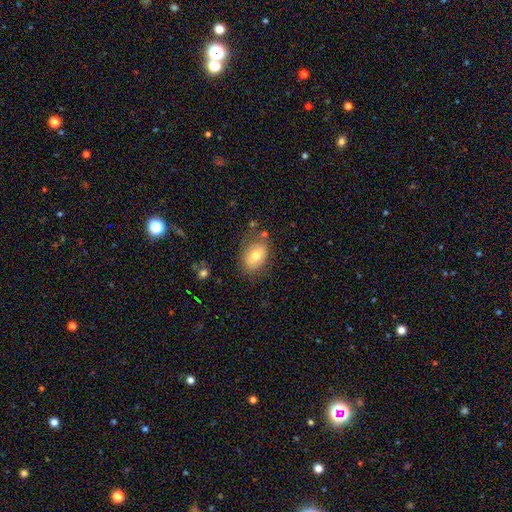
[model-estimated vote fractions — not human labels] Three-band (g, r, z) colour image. It shows a smooth galaxy with no disk features (68%) that is in between round and cigar-shaped (86%). Merging: none (72%).